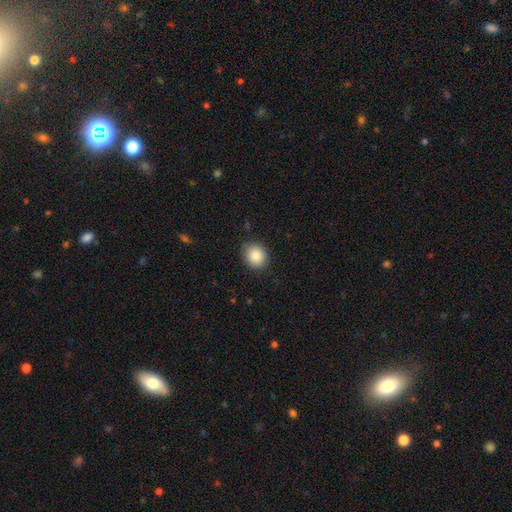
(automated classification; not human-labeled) This appears to be a smooth galaxy with no disk features (86%) that is round (73%). Merging: none (87%).